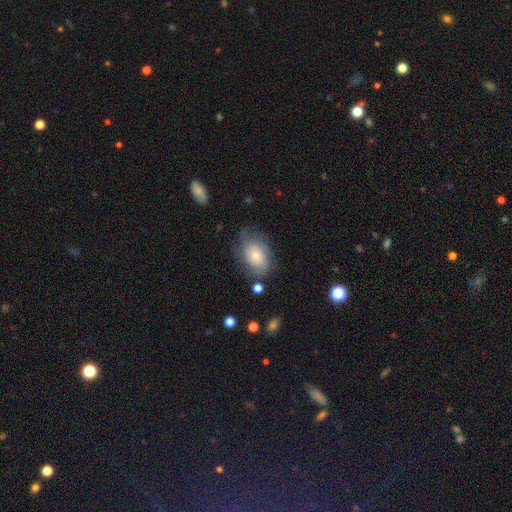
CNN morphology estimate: Overall: smooth (50%; featured or disk 42%). How rounded: in between (81%). Merging: none (59%; minor disturbance 25%).